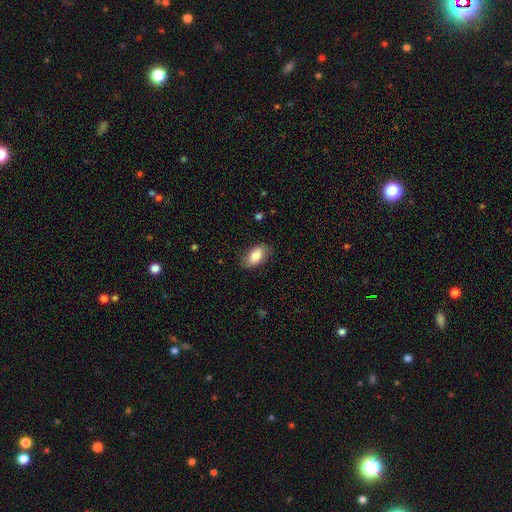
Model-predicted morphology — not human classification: Smooth or featured: smooth — 82% (featured or disk — 12%)
How rounded: in between — 92% (round — 4%)
Merging: none — 81% (minor disturbance — 14%)